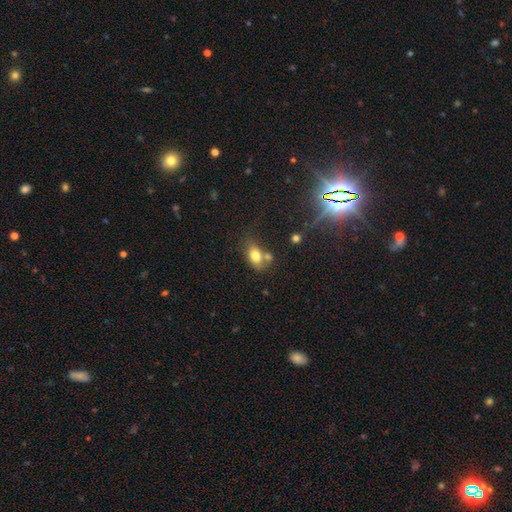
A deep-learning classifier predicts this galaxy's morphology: A smooth galaxy with no disk features (77%) that is in between round and cigar-shaped (78%).

Vote fractions:
- Smooth or featured? smooth: 77% / featured or disk: 13% / star or artifact: 10%
- How rounded? in between: 78% / round: 19% / cigar-shaped: 2%
- Merging? none: 45% / merger: 30% / minor disturbance: 18% / major disturbance: 7%